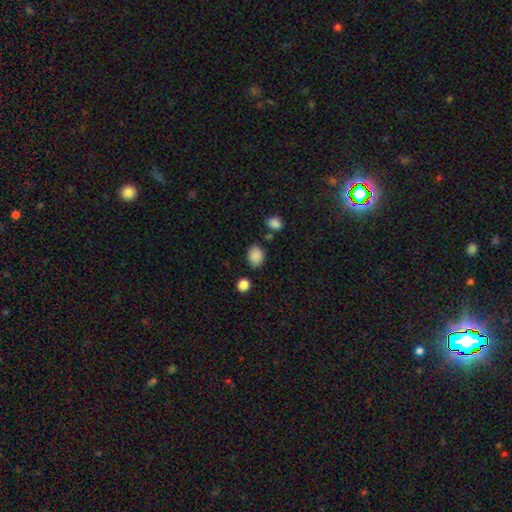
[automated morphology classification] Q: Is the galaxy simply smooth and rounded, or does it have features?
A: smooth — 88%.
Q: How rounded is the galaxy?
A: in between — 68%.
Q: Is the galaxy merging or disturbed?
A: none — 77%.